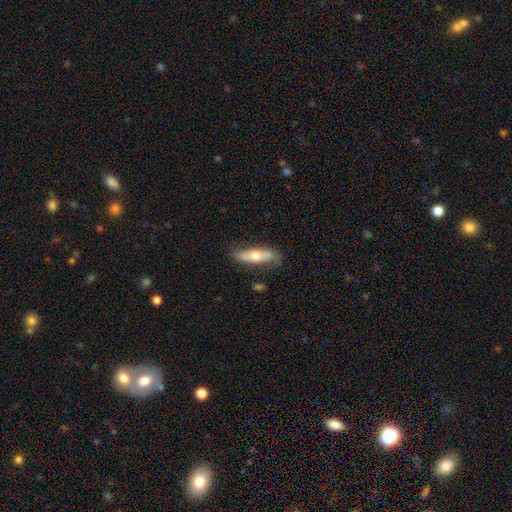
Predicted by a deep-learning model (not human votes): A smooth galaxy with no disk features (57%) that is cigar-shaped (62%). Merging: none (75%).